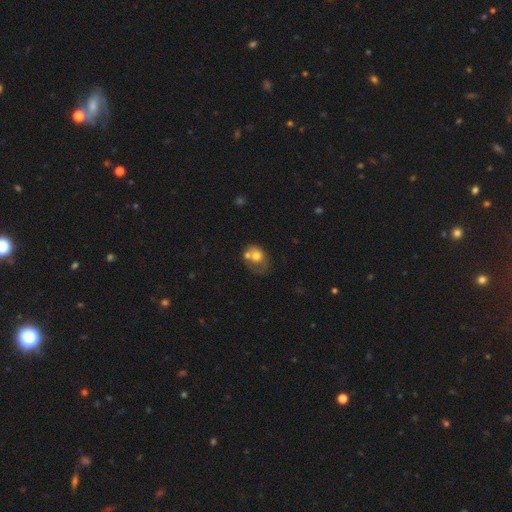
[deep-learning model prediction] Smooth or featured? smooth (65%)
How rounded? round (52%)
Merging? merger (37%)